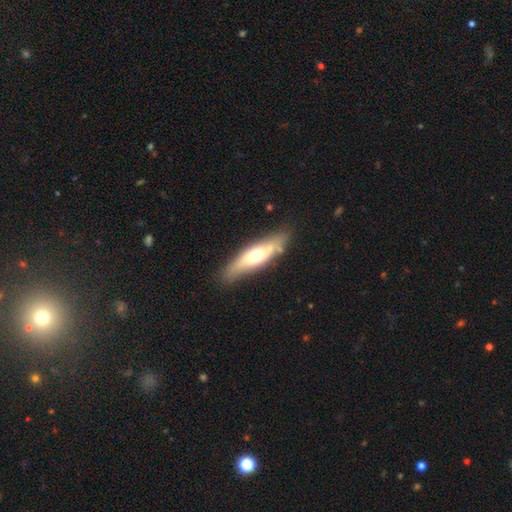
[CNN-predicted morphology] This is possibly a smooth galaxy (50%). Merging: likely none (77%).